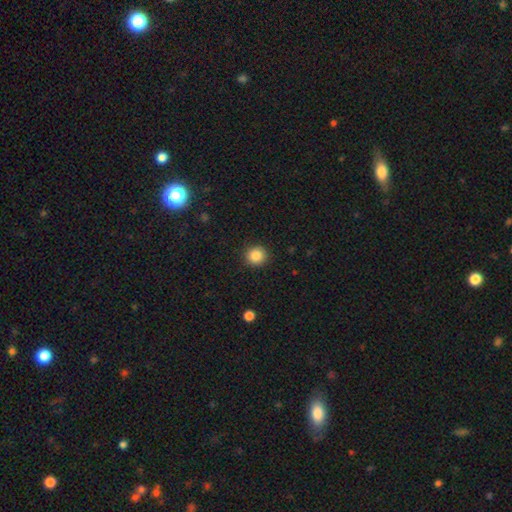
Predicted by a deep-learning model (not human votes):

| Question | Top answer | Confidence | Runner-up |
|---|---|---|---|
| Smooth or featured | smooth | 85% | star or artifact (10%) |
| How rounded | round | 92% | in between (7%) |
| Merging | none | 92% | minor disturbance (6%) |